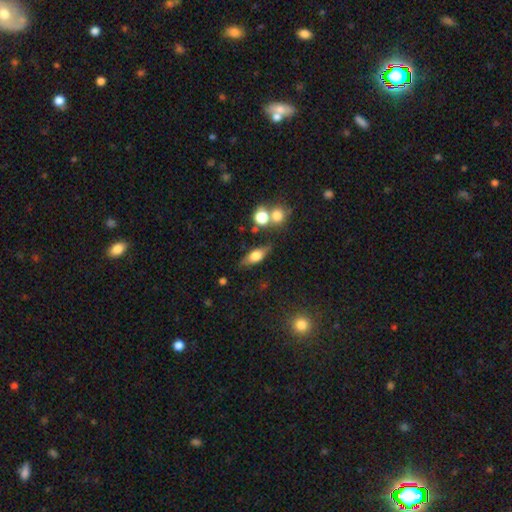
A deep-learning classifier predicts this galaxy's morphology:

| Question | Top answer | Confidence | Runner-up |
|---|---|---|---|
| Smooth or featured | smooth | 58% | featured or disk (33%) |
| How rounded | in between | 69% | cigar-shaped (23%) |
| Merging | none | 73% | minor disturbance (15%) |